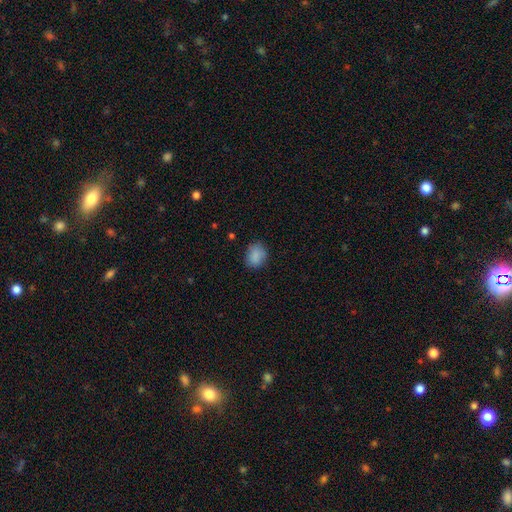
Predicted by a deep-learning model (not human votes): Smooth or featured? Predicted: smooth (p=0.86). How rounded? Predicted: in between (p=0.50). Merging? Predicted: none (p=0.79).